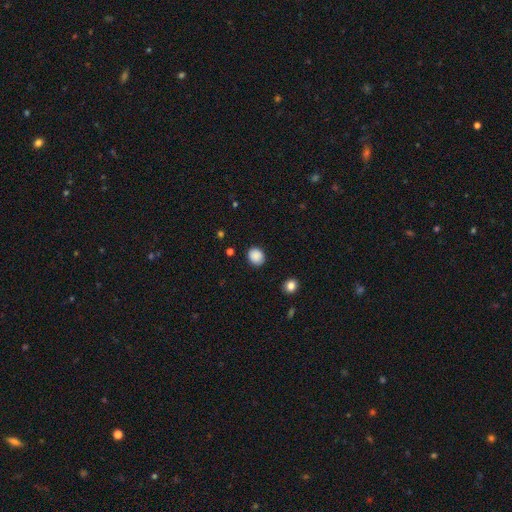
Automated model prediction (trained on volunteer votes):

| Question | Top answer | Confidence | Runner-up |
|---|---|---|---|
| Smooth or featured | smooth | 88% | star or artifact (9%) |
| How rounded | round | 72% | in between (27%) |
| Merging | none | 85% | minor disturbance (12%) |